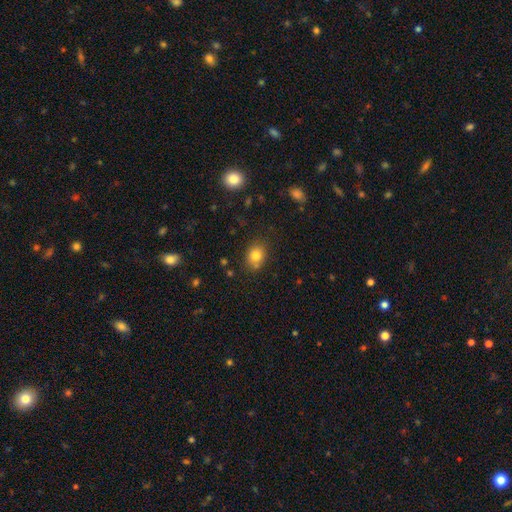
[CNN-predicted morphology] A smooth galaxy with no disk features (81%) that is in between round and cigar-shaped (54%). Merging: none (79%).